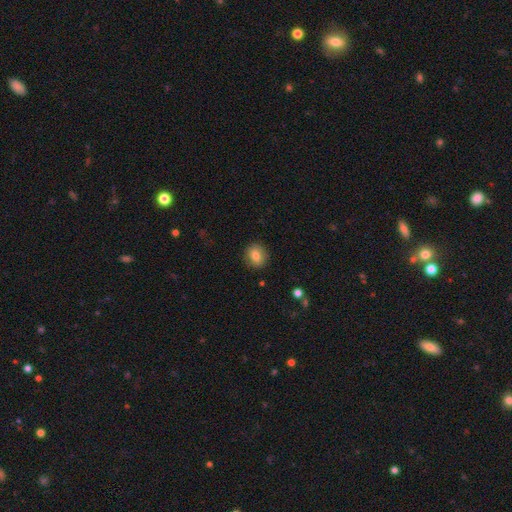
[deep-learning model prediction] Smooth or featured? Predicted: smooth (p=0.79). How rounded? Predicted: round (p=0.79). Merging? Predicted: none (p=0.89).